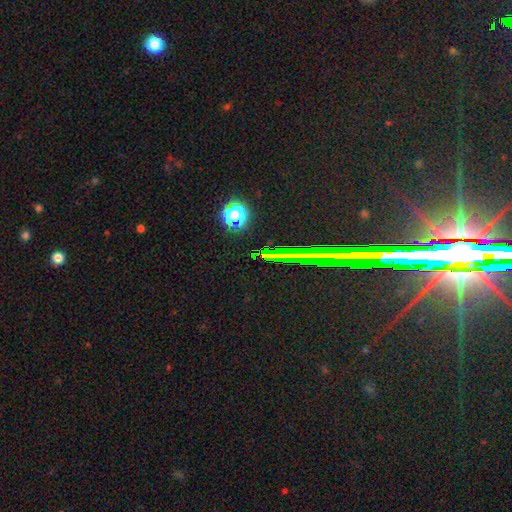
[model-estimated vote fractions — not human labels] smooth_or_featured: star or artifact (p=0.77) [alt: smooth p=0.15]